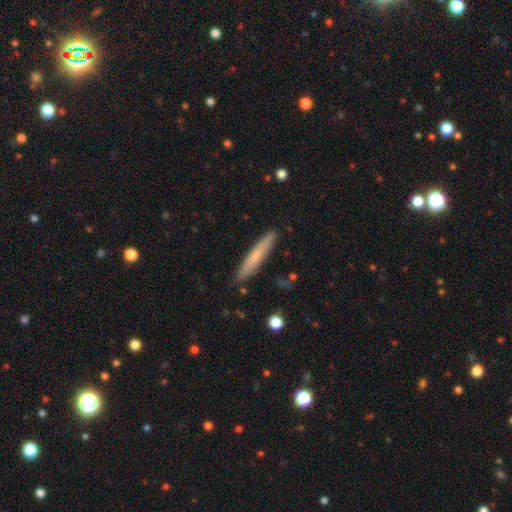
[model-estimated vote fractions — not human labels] smooth_or_featured: smooth (p=0.65) [alt: featured or disk p=0.29]
how_rounded: cigar-shaped (p=0.95) [alt: in between p=0.04]
merging: none (p=0.89) [alt: minor disturbance p=0.08]